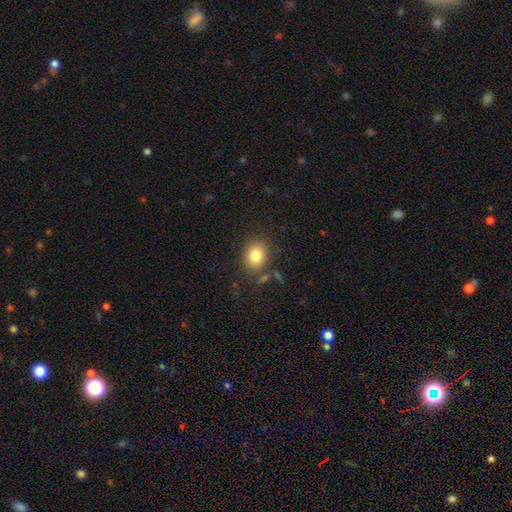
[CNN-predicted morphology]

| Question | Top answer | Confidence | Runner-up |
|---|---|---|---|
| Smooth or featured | smooth | 82% | star or artifact (10%) |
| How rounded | round | 54% | in between (45%) |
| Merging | none | 80% | minor disturbance (11%) |